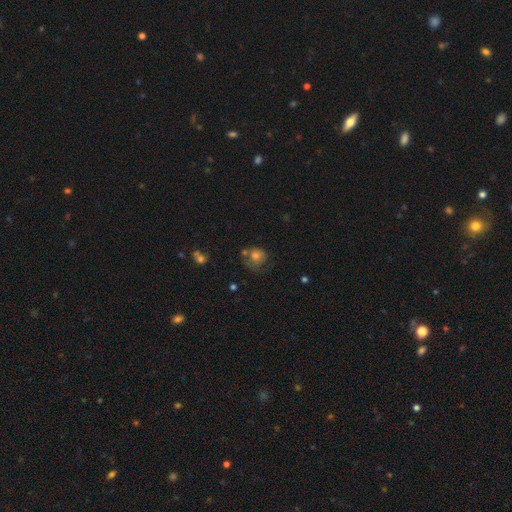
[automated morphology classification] This is likely a smooth galaxy (65%). How rounded: likely round (79%). Merging: possibly none (48%).